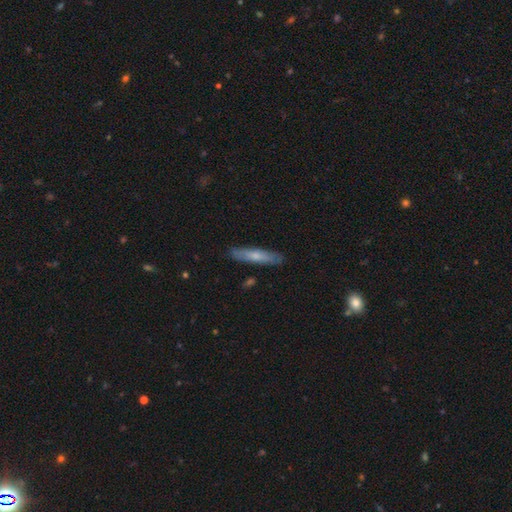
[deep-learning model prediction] This is possibly a smooth galaxy (59%). How rounded: clearly cigar-shaped (87%). Merging: clearly none (86%).